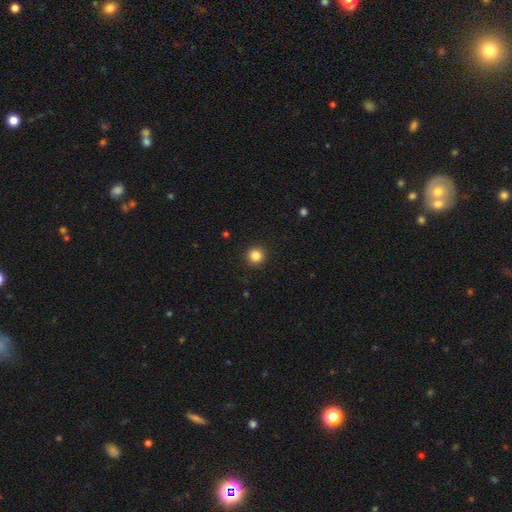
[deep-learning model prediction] Smooth or featured?
  - smooth: 84% *
  - star or artifact: 11%
  - featured or disk: 4%
How rounded?
  - round: 95% *
  - in between: 4%
  - cigar-shaped: 1%
Merging?
  - none: 93% *
  - minor disturbance: 5%
  - major disturbance: 2%
  - merger: 1%